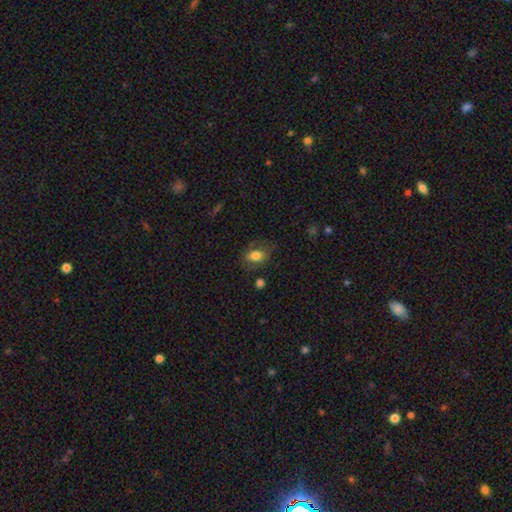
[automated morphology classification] Smooth or featured? Predicted: smooth (p=0.77). How rounded? Predicted: in between (p=0.71). Merging? Predicted: none (p=0.71).